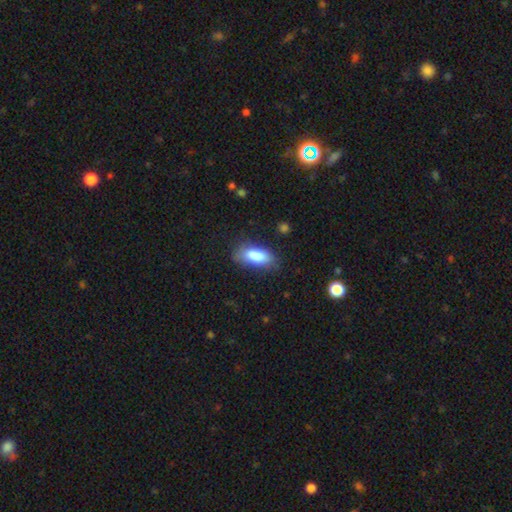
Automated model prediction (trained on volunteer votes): This is clearly a smooth galaxy (84%). How rounded: likely in between (80%). Merging: likely none (73%).